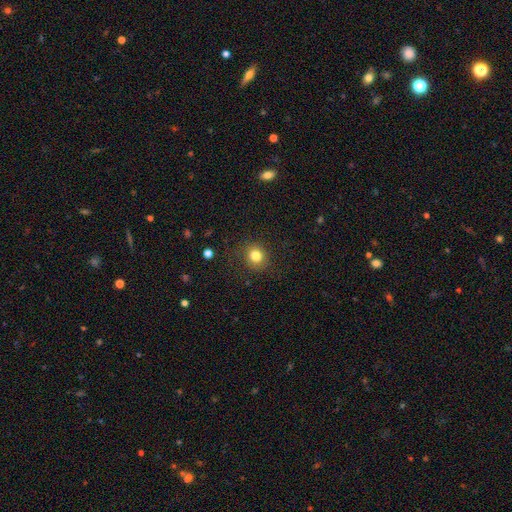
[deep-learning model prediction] Smooth or featured? smooth (81%)
How rounded? round (81%)
Merging? none (85%)